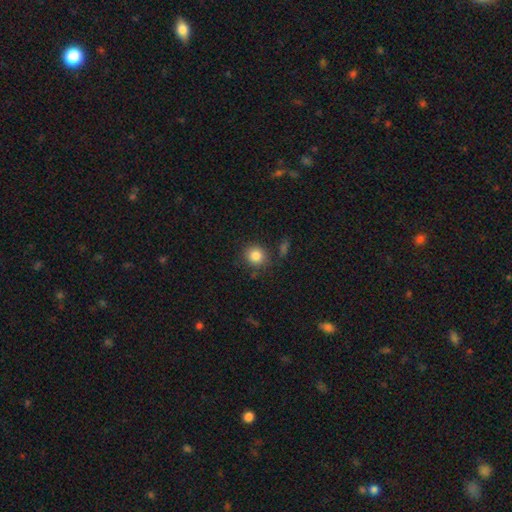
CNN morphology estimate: Smooth or featured?
  - smooth: 85% *
  - star or artifact: 10%
  - featured or disk: 5%
How rounded?
  - round: 88% *
  - in between: 11%
  - cigar-shaped: 1%
Merging?
  - none: 83% *
  - minor disturbance: 10%
  - merger: 4%
  - major disturbance: 3%